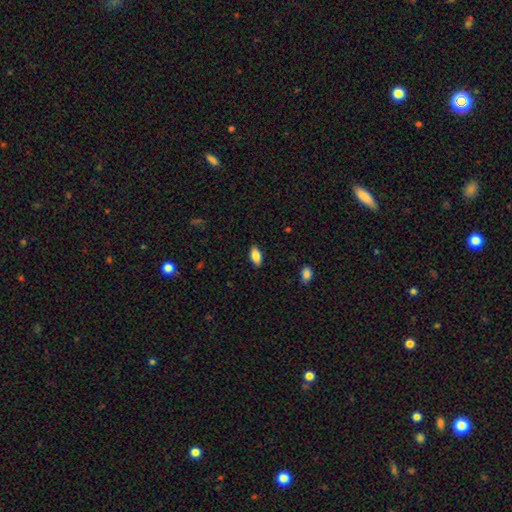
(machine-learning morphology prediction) smooth 85%, featured or disk 8%, star or artifact 7%. Down the decision tree: how rounded — in between (91%); merging — none (87%).